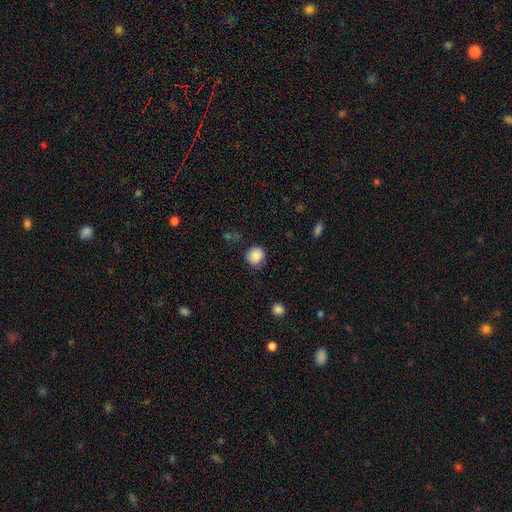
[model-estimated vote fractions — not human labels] Smooth or featured? Predicted: smooth (p=0.87). How rounded? Predicted: round (p=0.88). Merging? Predicted: none (p=0.82).